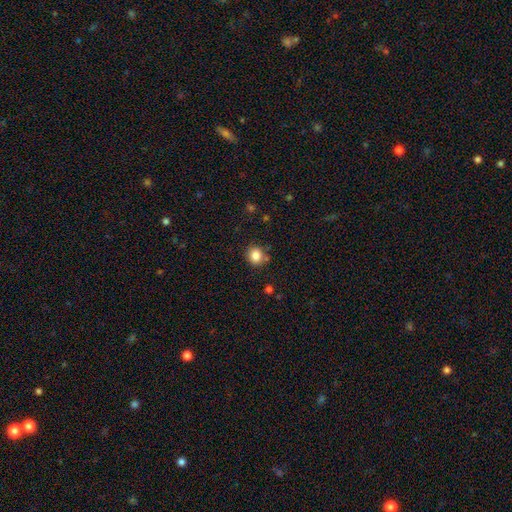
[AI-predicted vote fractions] Smooth or featured? smooth (85%)
How rounded? round (81%)
Merging? none (80%)